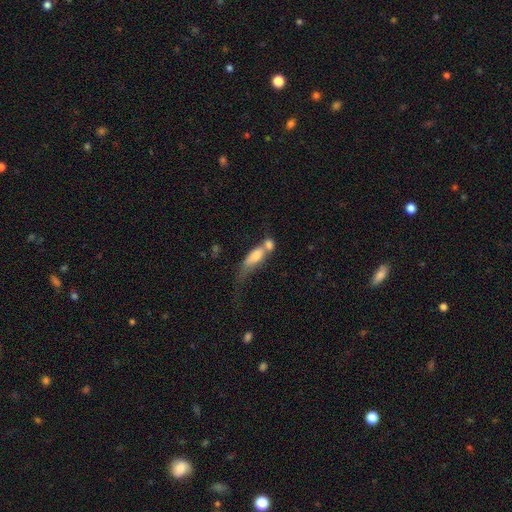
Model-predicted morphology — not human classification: A smooth galaxy with no disk features (64%) that is in between round and cigar-shaped (58%).

Vote fractions:
- Smooth or featured? smooth: 64% / featured or disk: 27% / star or artifact: 9%
- How rounded? in between: 58% / cigar-shaped: 36% / round: 5%
- Merging? merger: 64% / none: 14% / major disturbance: 13% / minor disturbance: 10%